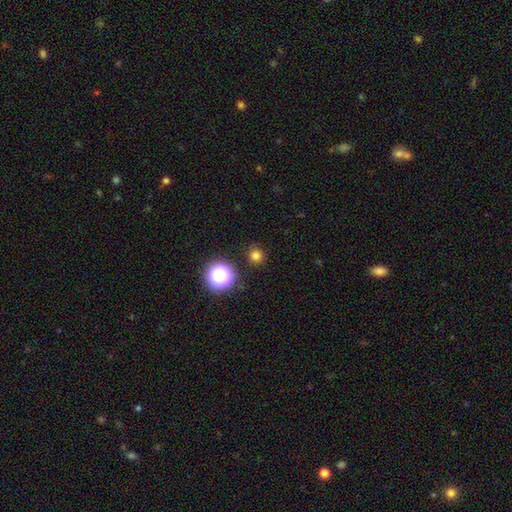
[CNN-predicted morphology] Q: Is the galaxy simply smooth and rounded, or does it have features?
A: smooth — 76%.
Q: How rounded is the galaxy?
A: round — 92%.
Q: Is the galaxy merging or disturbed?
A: none — 89%.